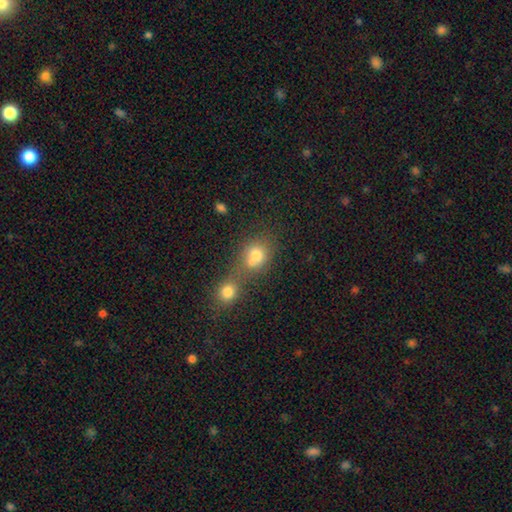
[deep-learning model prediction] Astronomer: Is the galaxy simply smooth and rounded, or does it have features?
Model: smooth — 75%.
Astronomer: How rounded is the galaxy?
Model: round — 69%.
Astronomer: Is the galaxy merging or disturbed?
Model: merger — 57%.